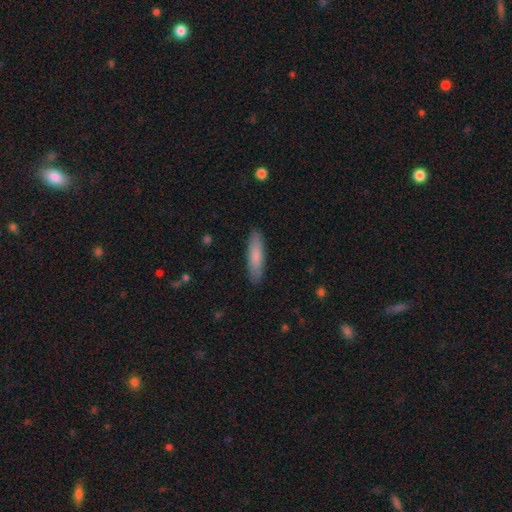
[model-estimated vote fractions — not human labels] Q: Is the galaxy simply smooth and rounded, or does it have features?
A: smooth — 80%.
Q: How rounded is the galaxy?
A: cigar-shaped — 68%.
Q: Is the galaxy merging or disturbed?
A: none — 89%.